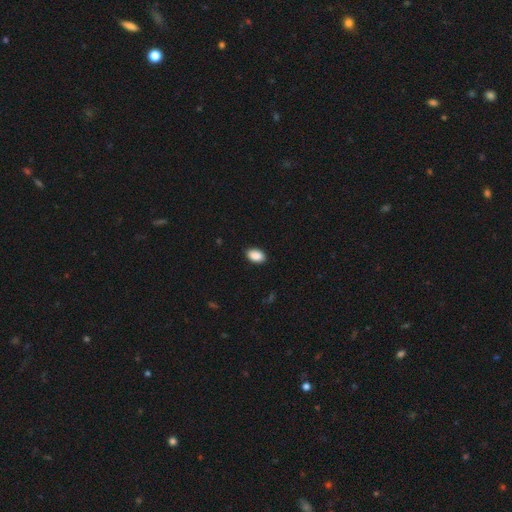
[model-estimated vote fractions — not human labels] Q: Smooth or featured?
A: smooth (90%); runner-up: star or artifact (7%)
Q: How rounded?
A: in between (91%); runner-up: round (7%)
Q: Merging?
A: none (89%); runner-up: minor disturbance (9%)